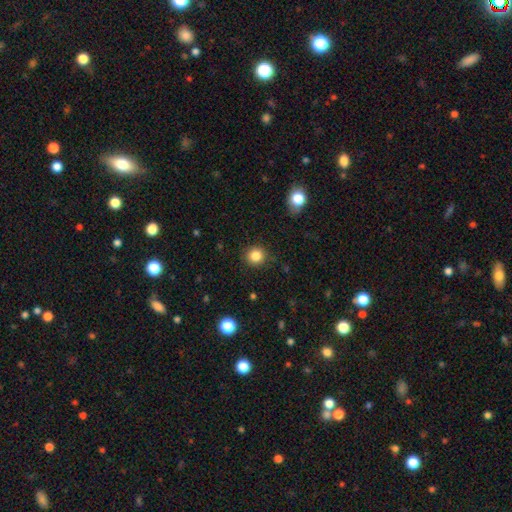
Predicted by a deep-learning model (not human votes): Overall: smooth (84%). How rounded: round (91%). Merging: none (89%).